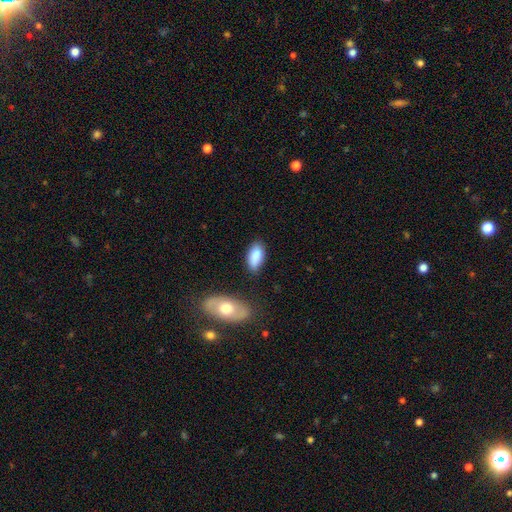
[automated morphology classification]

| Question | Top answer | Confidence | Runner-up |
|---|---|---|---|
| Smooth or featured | smooth | 83% | featured or disk (10%) |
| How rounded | in between | 90% | cigar-shaped (7%) |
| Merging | none | 69% | minor disturbance (21%) |